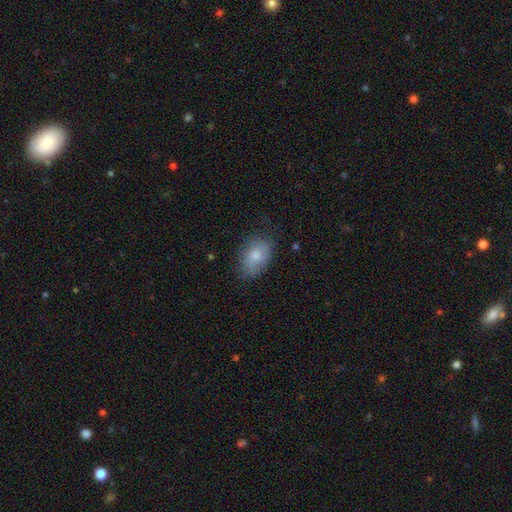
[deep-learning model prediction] A smooth galaxy with no disk features (75%) that is in between round and cigar-shaped (82%). Merging: none (66%).